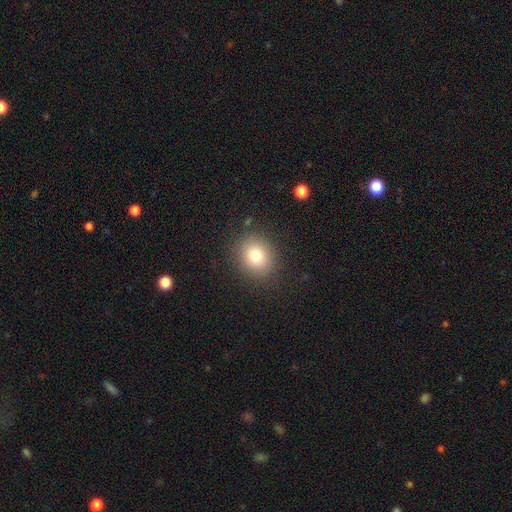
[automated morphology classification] A smooth galaxy with no disk features (79%) that is round (70%).

Vote fractions:
- Smooth or featured? smooth: 79% / star or artifact: 12% / featured or disk: 9%
- How rounded? round: 70% / in between: 29% / cigar-shaped: 1%
- Merging? none: 87% / minor disturbance: 9% / major disturbance: 4% / merger: 1%